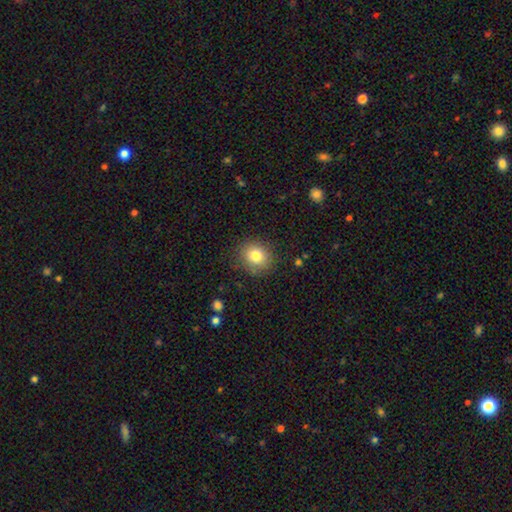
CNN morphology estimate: smooth_or_featured: smooth (p=0.80) [alt: star or artifact p=0.10]
how_rounded: round (p=0.78) [alt: in between p=0.22]
merging: none (p=0.85) [alt: minor disturbance p=0.10]